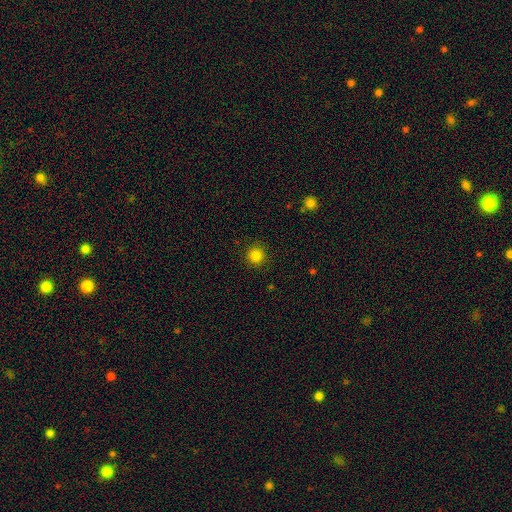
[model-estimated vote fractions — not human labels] Overall: smooth (84%). How rounded: round (95%). Merging: none (90%).